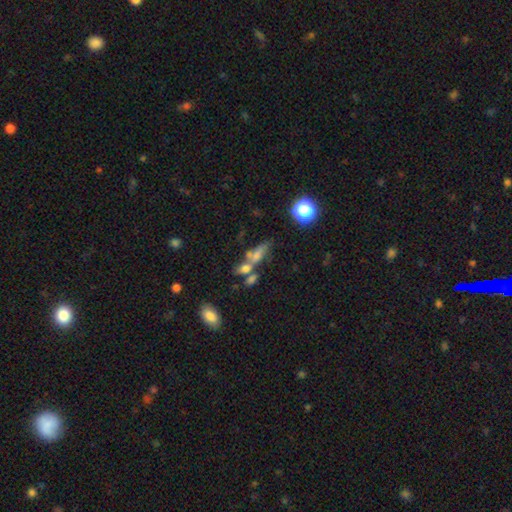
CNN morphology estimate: smooth 46%, featured or disk 33%, star or artifact 20%. Down the decision tree: merging — merger (43%).